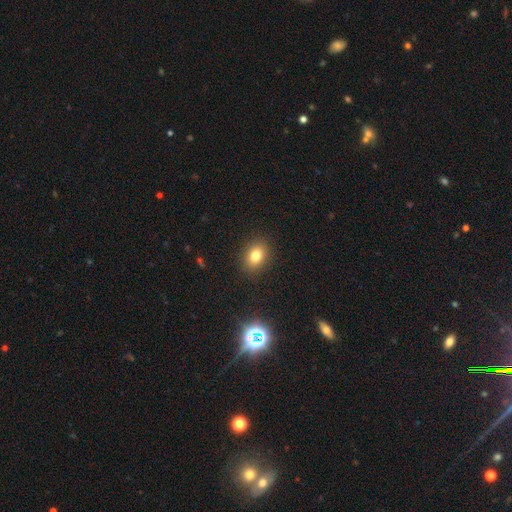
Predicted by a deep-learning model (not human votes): smooth_or_featured: smooth (p=0.78) [alt: star or artifact p=0.13]
how_rounded: in between (p=0.63) [alt: round p=0.36]
merging: none (p=0.88) [alt: minor disturbance p=0.08]